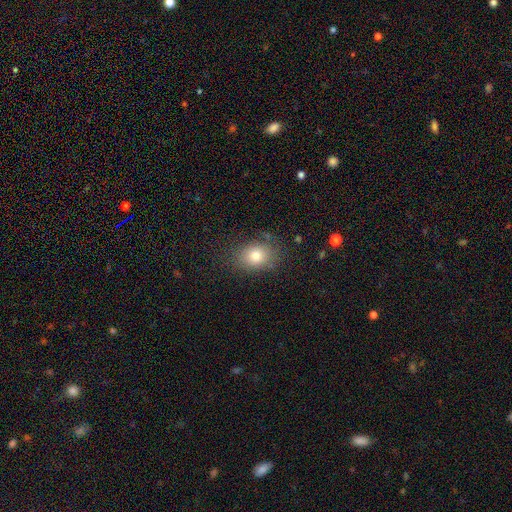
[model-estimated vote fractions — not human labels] smooth_or_featured: smooth (p=0.79) [alt: star or artifact p=0.11]
how_rounded: in between (p=0.61) [alt: round p=0.38]
merging: none (p=0.79) [alt: minor disturbance p=0.15]